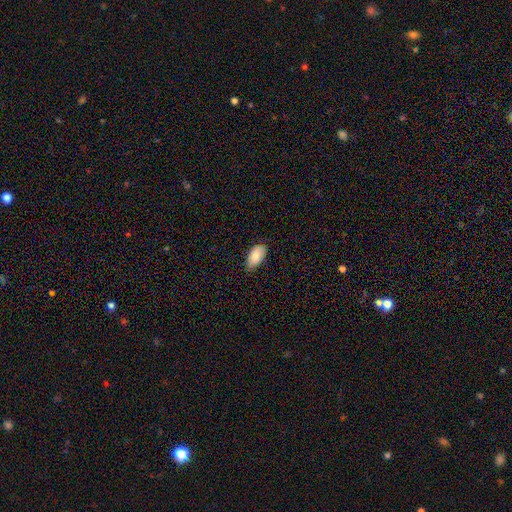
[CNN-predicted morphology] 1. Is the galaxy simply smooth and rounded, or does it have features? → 85% smooth, 9% featured or disk, 6% star or artifact.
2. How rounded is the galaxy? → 95% in between, 3% round, 2% cigar-shaped.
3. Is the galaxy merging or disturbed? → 73% none, 23% minor disturbance, 3% major disturbance, 1% merger.